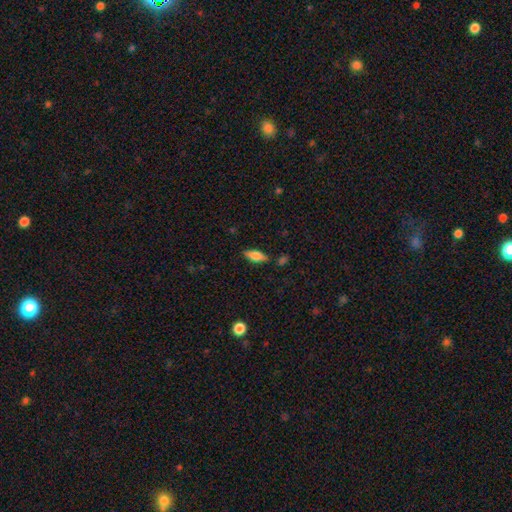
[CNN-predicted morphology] A smooth galaxy with no disk features (70%) that is in between round and cigar-shaped (74%). Merging: none (81%).